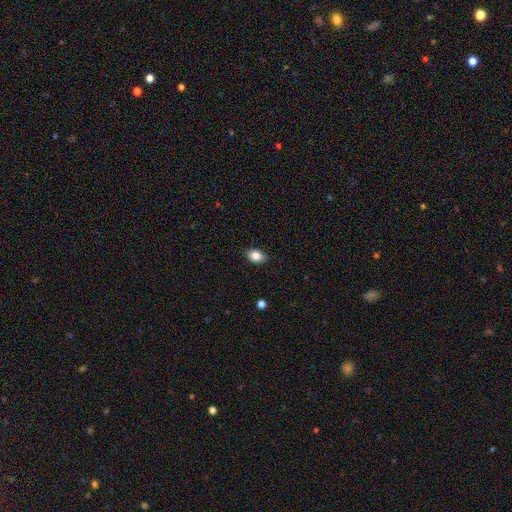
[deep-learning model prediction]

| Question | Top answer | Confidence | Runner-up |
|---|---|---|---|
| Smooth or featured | smooth | 83% | featured or disk (8%) |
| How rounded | in between | 84% | round (14%) |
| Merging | none | 86% | minor disturbance (11%) |